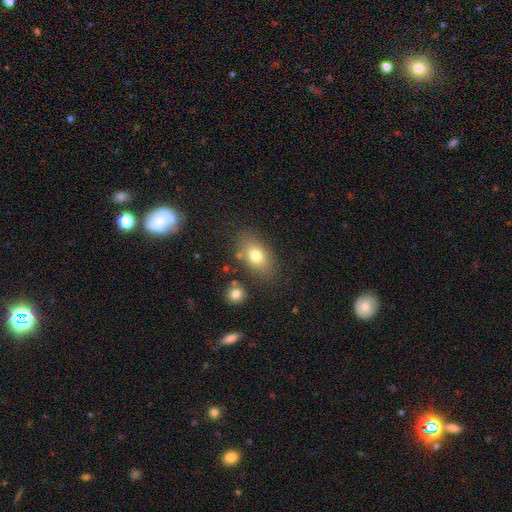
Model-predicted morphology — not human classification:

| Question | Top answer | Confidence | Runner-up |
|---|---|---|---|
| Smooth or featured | smooth | 75% | featured or disk (15%) |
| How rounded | in between | 84% | round (14%) |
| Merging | none | 75% | minor disturbance (14%) |